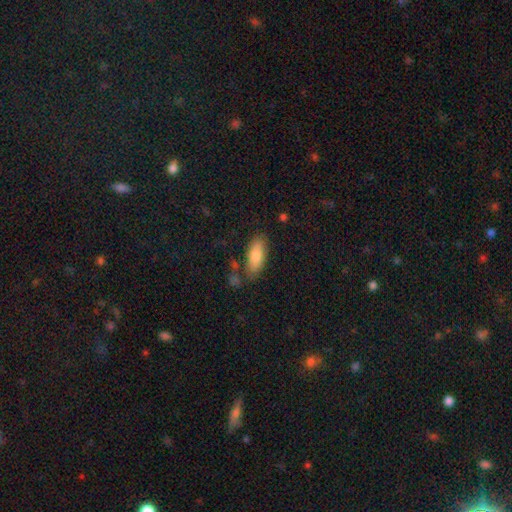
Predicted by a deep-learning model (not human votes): The model was most divided on "merging": none: 74%, minor disturbance: 15%, merger: 6%, major disturbance: 4%. More confident: smooth or featured — smooth (80%); how rounded — in between (79%).